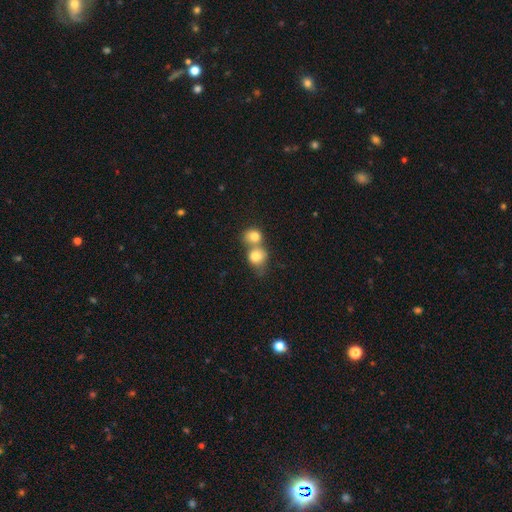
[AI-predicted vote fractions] smooth 80%, featured or disk 11%, star or artifact 9%. Down the decision tree: how rounded — round (74%); merging — merger (65%).